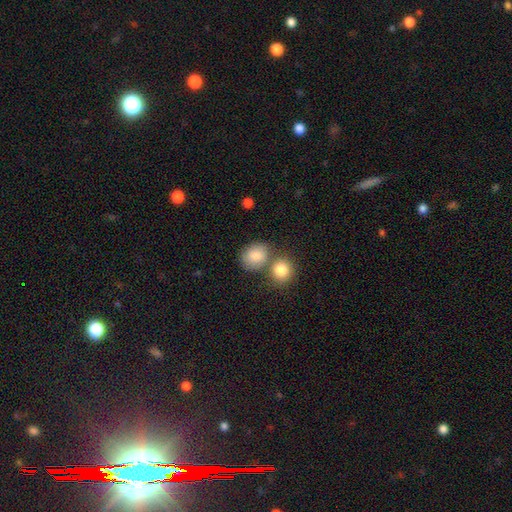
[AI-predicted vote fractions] smooth_or_featured: smooth (p=0.84) [alt: star or artifact p=0.08]
how_rounded: round (p=0.62) [alt: in between p=0.37]
merging: none (p=0.53) [alt: merger p=0.31]